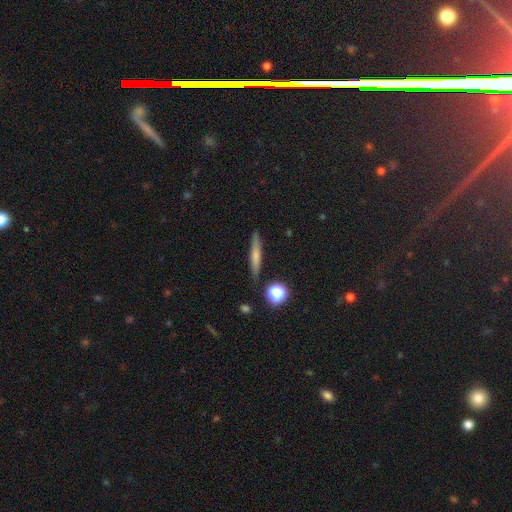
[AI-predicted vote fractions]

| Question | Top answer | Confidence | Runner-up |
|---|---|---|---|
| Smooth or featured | smooth | 62% | featured or disk (29%) |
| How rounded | cigar-shaped | 90% | in between (7%) |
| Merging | none | 86% | minor disturbance (9%) |